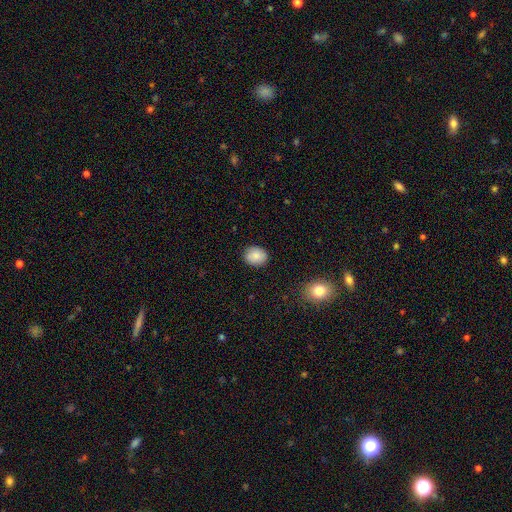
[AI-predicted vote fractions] Smooth or featured: smooth — 85% (star or artifact — 8%)
How rounded: round — 60% (in between — 39%)
Merging: none — 88% (minor disturbance — 9%)